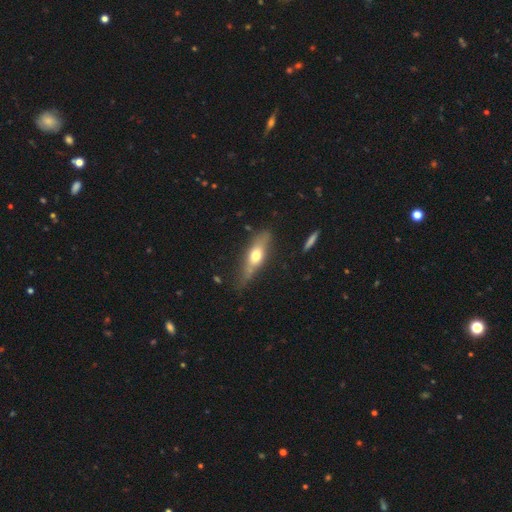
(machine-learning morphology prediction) smooth_or_featured: smooth (p=0.52) [alt: featured or disk p=0.42]
how_rounded: cigar-shaped (p=0.56) [alt: in between p=0.41]
merging: none (p=0.68) [alt: minor disturbance p=0.23]